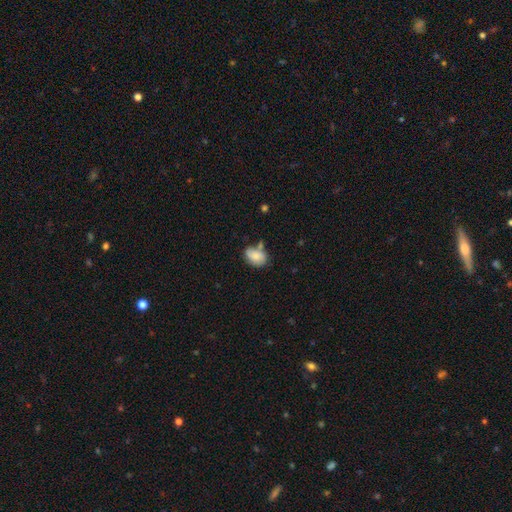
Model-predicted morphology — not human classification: smooth 79%, featured or disk 13%, star or artifact 8%. Down the decision tree: how rounded — in between (77%); merging — none (53%).